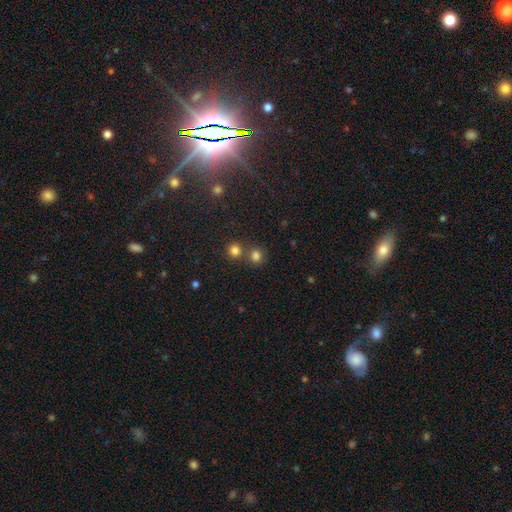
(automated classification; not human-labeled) Smooth or featured: smooth — 78% (star or artifact — 17%)
How rounded: round — 84% (in between — 15%)
Merging: none — 62% (merger — 28%)